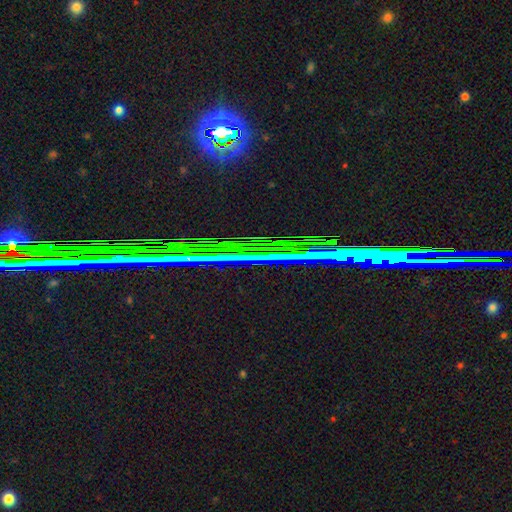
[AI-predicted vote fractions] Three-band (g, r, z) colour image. It shows a star or artifact, not a galaxy (78%).